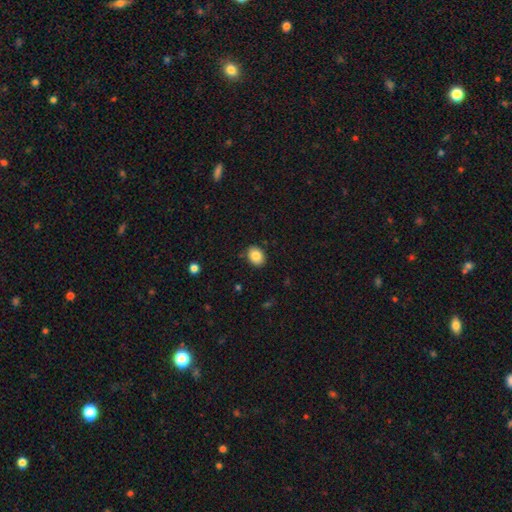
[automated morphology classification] A smooth galaxy with no disk features (85%) that is in between round and cigar-shaped (61%).

Vote fractions:
- Smooth or featured? smooth: 85% / star or artifact: 8% / featured or disk: 6%
- How rounded? in between: 61% / round: 38% / cigar-shaped: 1%
- Merging? none: 88% / minor disturbance: 9% / major disturbance: 2% / merger: 1%